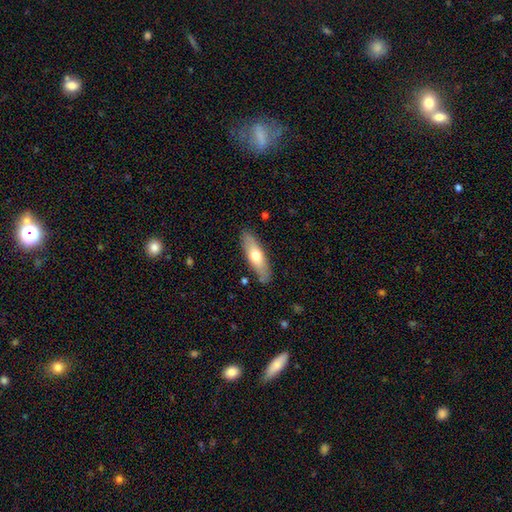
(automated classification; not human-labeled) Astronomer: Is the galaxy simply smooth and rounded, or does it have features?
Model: smooth — 60% (runner-up: featured or disk, 35%).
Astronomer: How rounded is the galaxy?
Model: cigar-shaped — 53% (runner-up: in between, 45%).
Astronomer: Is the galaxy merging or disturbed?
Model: none — 85%.